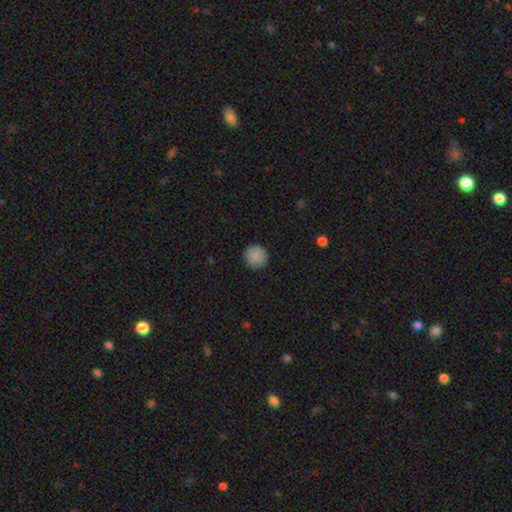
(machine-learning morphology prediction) A smooth galaxy with no disk features (88%) that is round (95%). Merging: none (91%).